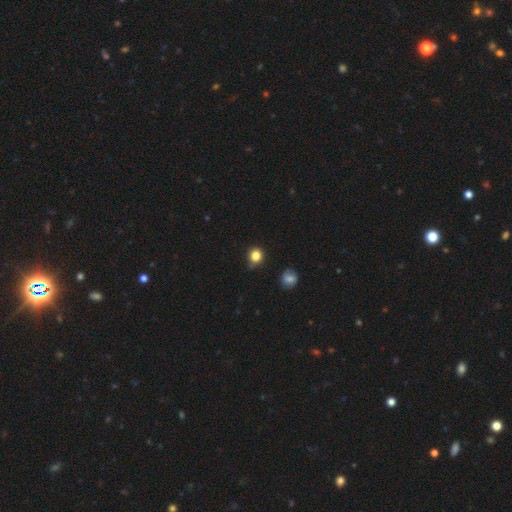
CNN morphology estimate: Smooth or featured: smooth — 83% (star or artifact — 12%)
How rounded: round — 83% (in between — 16%)
Merging: none — 74% (minor disturbance — 20%)